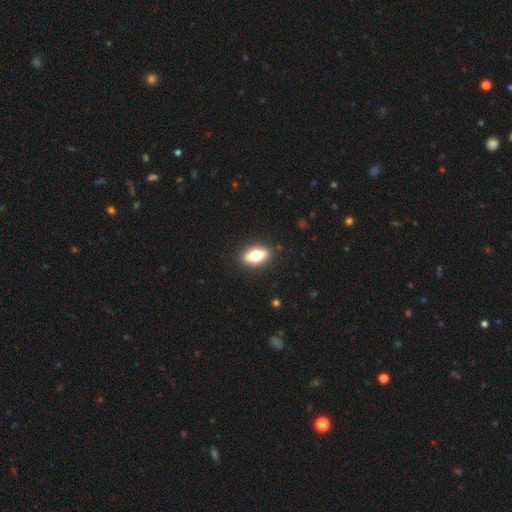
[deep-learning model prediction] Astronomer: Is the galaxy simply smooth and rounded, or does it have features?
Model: smooth — 67%.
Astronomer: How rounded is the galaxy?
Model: in between — 81%.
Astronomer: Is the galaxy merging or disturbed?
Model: none — 89%.